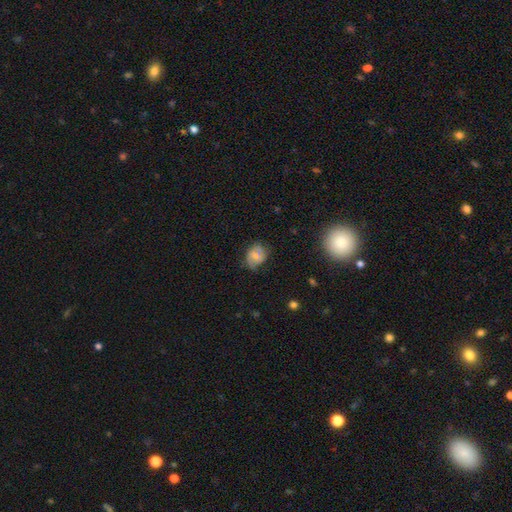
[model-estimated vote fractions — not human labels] Morphology: type=smooth (58%); roundness=in between (56%); merging=none (60%).